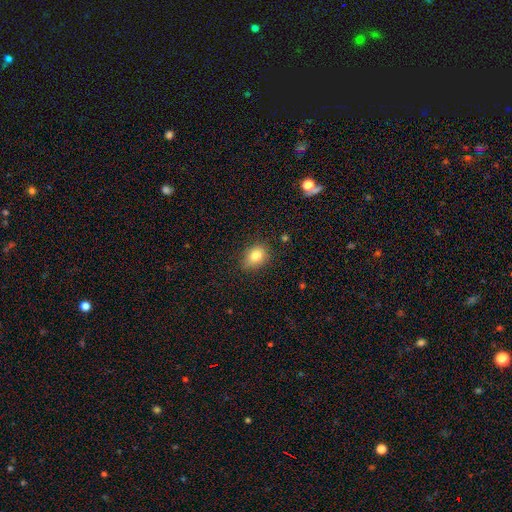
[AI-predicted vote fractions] Smooth or featured: smooth — 80% (star or artifact — 10%)
How rounded: in between — 60% (round — 38%)
Merging: none — 77% (minor disturbance — 18%)